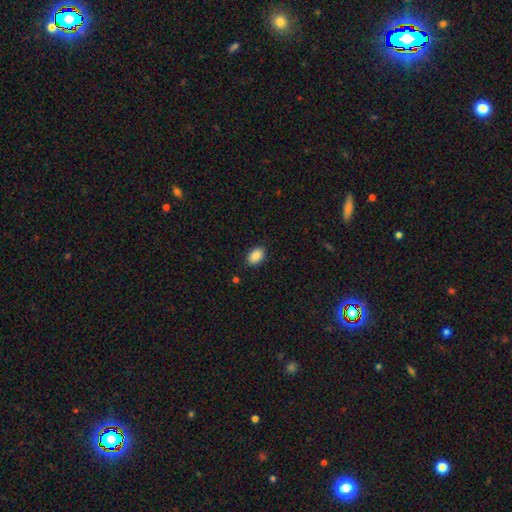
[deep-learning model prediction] This is clearly a smooth galaxy (90%). How rounded: clearly in between (89%). Merging: clearly none (88%).